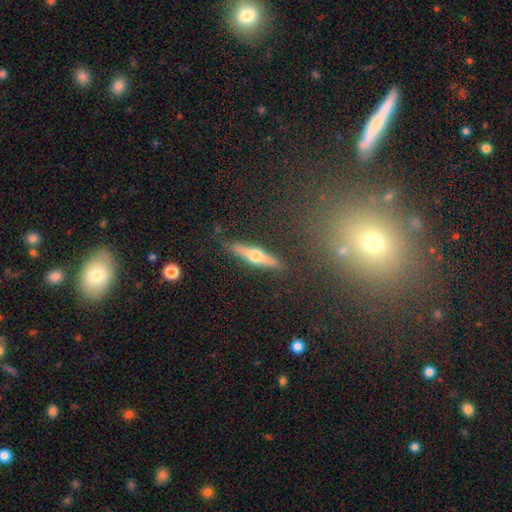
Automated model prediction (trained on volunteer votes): Q: Smooth or featured?
A: featured or disk (66%); runner-up: smooth (28%)
Q: Edge-on disk?
A: yes (96%); runner-up: no (4%)
Q: Edge-on bulge?
A: rounded (94%); runner-up: boxy (4%)
Q: Merging?
A: none (89%); runner-up: minor disturbance (8%)